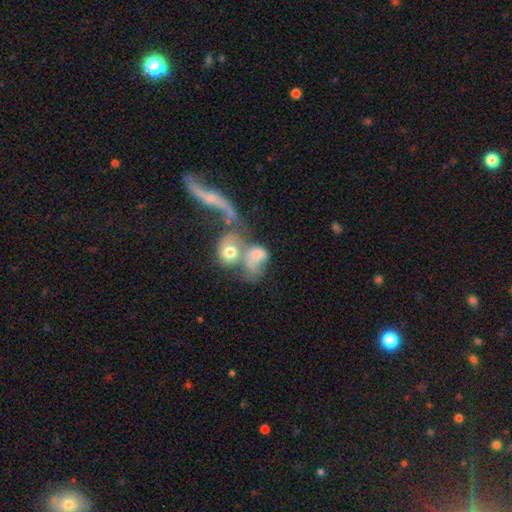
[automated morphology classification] smooth 58%, featured or disk 31%, star or artifact 11%. Down the decision tree: how rounded — in between (64%); merging — merger (66%).